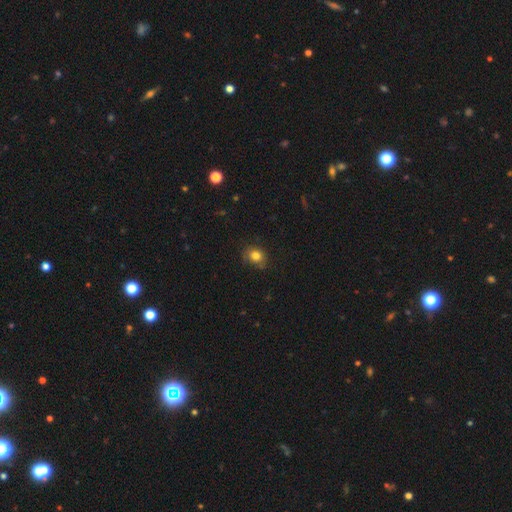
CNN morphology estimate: Smooth or featured: smooth — 80% (star or artifact — 11%)
How rounded: round — 60% (in between — 39%)
Merging: none — 69% (minor disturbance — 23%)